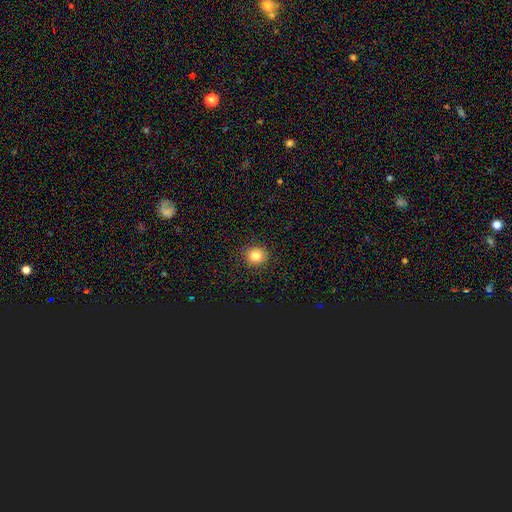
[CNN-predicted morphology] type=smooth (82%); roundness=round (89%); merging=none (92%).